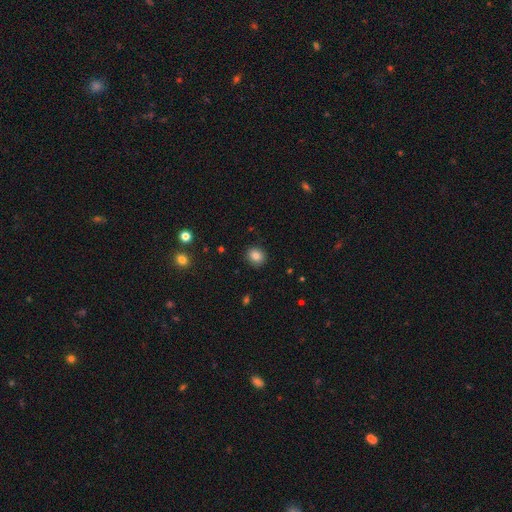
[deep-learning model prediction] Morphology: type=smooth (84%); roundness=round (82%); merging=none (90%).